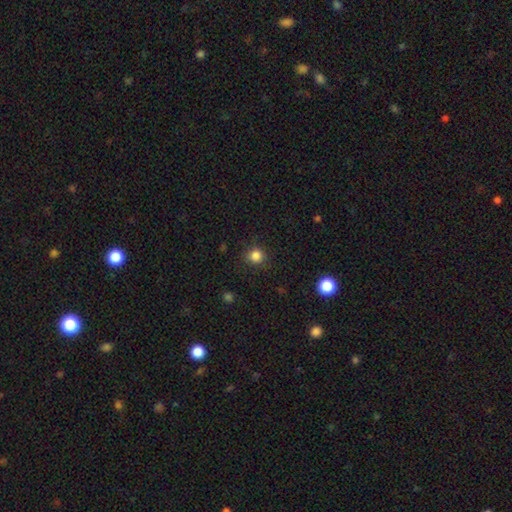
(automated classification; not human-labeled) Smooth or featured?
  - smooth: 84% *
  - star or artifact: 12%
  - featured or disk: 4%
How rounded?
  - round: 89% *
  - in between: 10%
  - cigar-shaped: 1%
Merging?
  - none: 87% *
  - minor disturbance: 9%
  - major disturbance: 3%
  - merger: 1%